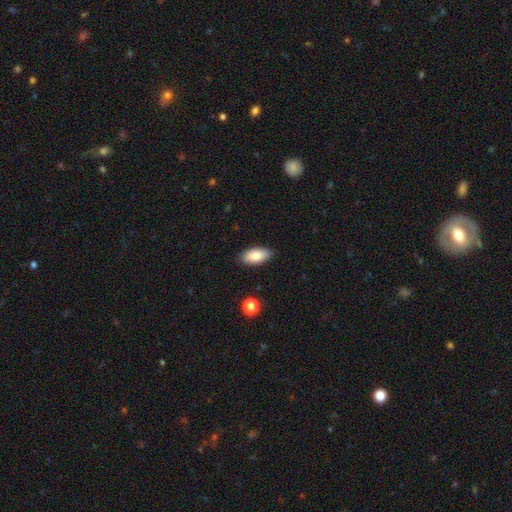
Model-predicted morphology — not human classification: Smooth or featured? Predicted: smooth (p=0.85). How rounded? Predicted: in between (p=0.90). Merging? Predicted: none (p=0.87).